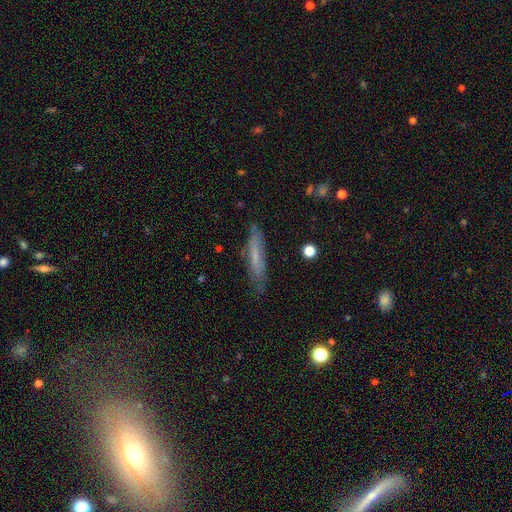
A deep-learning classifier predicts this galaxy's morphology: Q: Smooth or featured?
A: smooth (54%); runner-up: featured or disk (38%)
Q: How rounded?
A: cigar-shaped (86%); runner-up: in between (13%)
Q: Merging?
A: none (78%); runner-up: minor disturbance (16%)